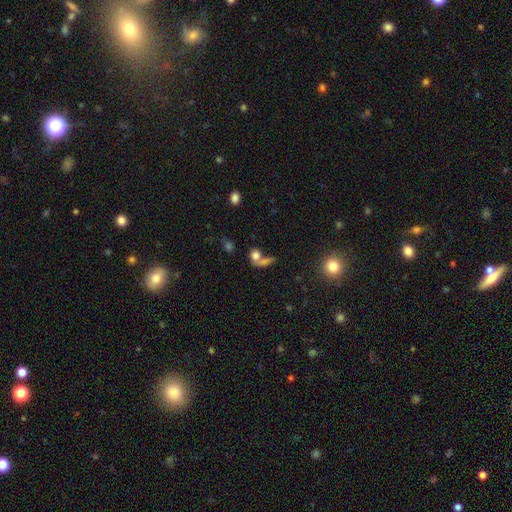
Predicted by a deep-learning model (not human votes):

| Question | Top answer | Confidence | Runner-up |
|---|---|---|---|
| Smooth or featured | smooth | 73% | star or artifact (14%) |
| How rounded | round | 50% | in between (44%) |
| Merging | merger | 49% | none (33%) |